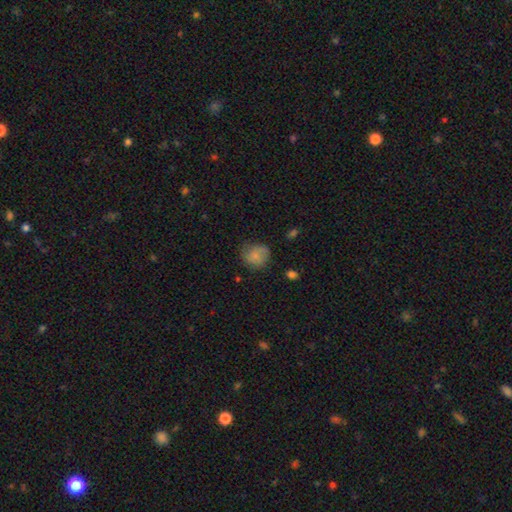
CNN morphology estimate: Overall: smooth (75%). How rounded: round (77%). Merging: none (63%; minor disturbance 26%).